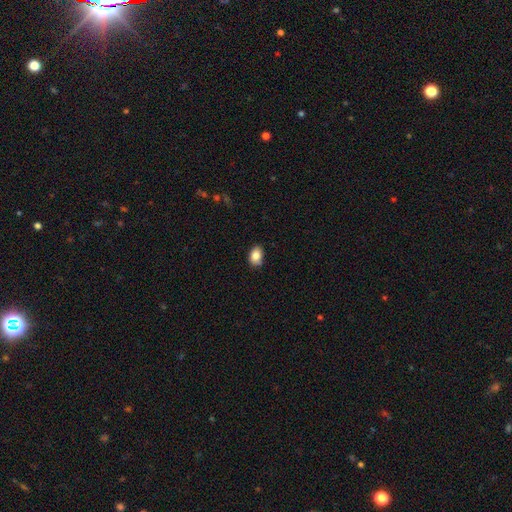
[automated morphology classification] Overall: smooth (86%). How rounded: in between (79%). Merging: none (79%).